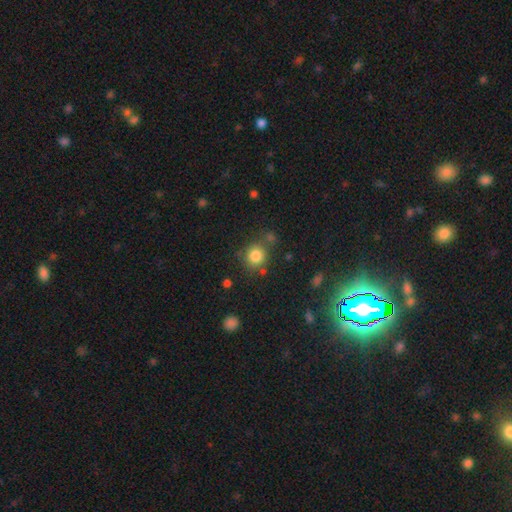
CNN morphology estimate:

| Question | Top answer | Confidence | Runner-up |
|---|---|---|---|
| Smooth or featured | smooth | 83% | star or artifact (11%) |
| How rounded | round | 87% | in between (12%) |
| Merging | none | 74% | minor disturbance (12%) |